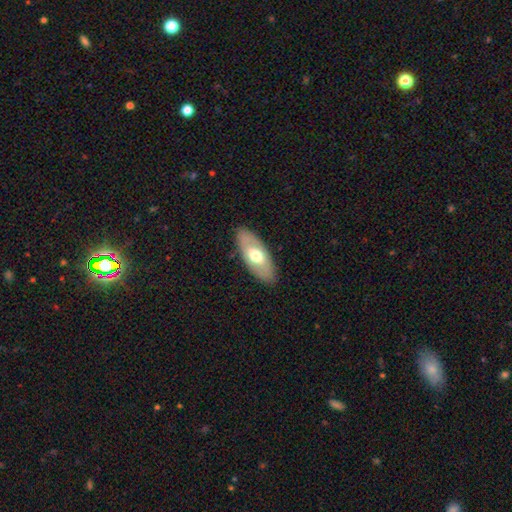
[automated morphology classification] Smooth or featured? Predicted: smooth (p=0.53). How rounded? Predicted: in between (p=0.88). Merging? Predicted: none (p=0.86).